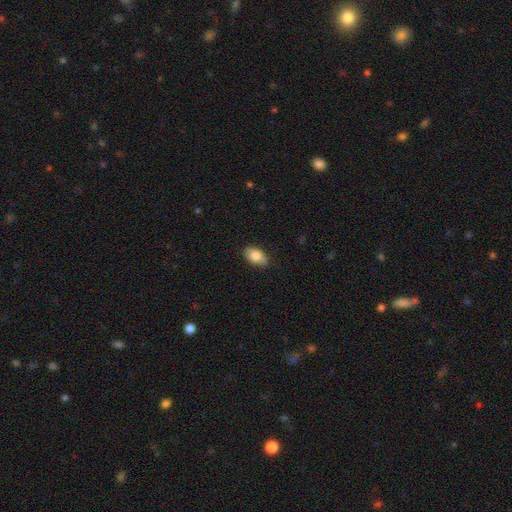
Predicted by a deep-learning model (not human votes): smooth-or-featured: smooth: 81% | featured or disk: 12% | star or artifact: 7%
  how-rounded: in between: 91% | round: 7% | cigar-shaped: 2%
  merging: none: 83% | minor disturbance: 14% | major disturbance: 2% | merger: 1%